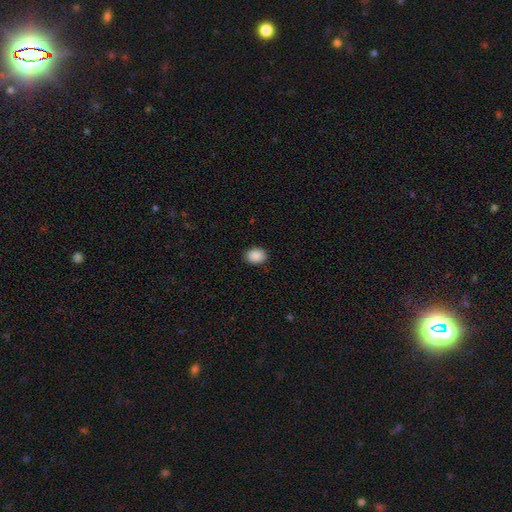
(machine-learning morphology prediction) Smooth or featured: smooth — 90% (star or artifact — 8%)
How rounded: in between — 62% (round — 37%)
Merging: none — 89% (minor disturbance — 8%)